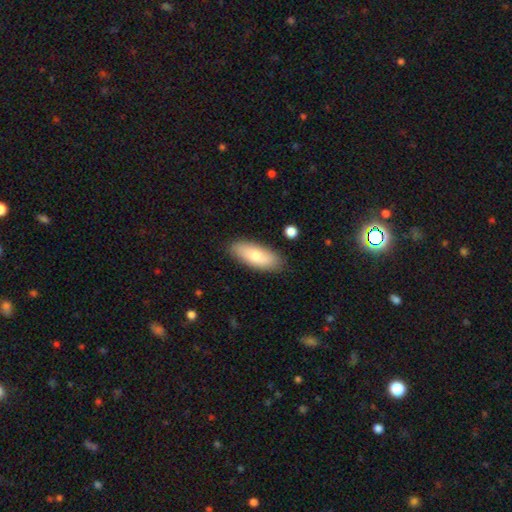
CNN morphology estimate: Smooth or featured: smooth — 75% (featured or disk — 19%)
How rounded: in between — 77% (cigar-shaped — 21%)
Merging: none — 84% (minor disturbance — 11%)